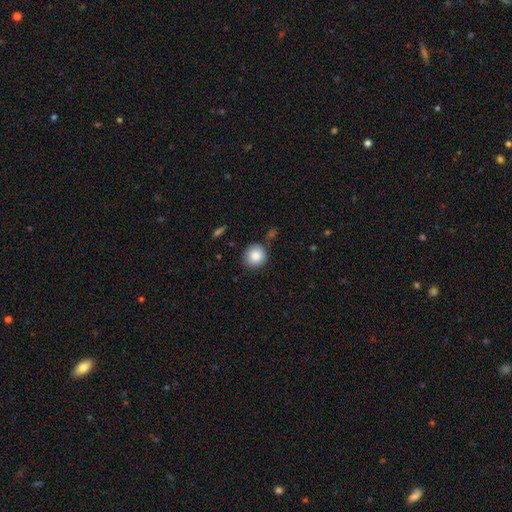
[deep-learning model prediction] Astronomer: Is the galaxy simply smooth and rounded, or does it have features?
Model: smooth — 86%.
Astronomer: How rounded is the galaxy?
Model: round — 91%.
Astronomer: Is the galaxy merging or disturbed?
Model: none — 83%.